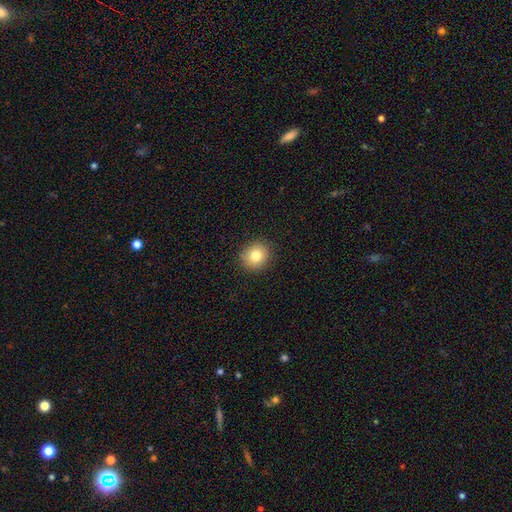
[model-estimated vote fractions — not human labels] This appears to be a smooth galaxy with no disk features (81%) that is round (84%). Merging: none (90%).